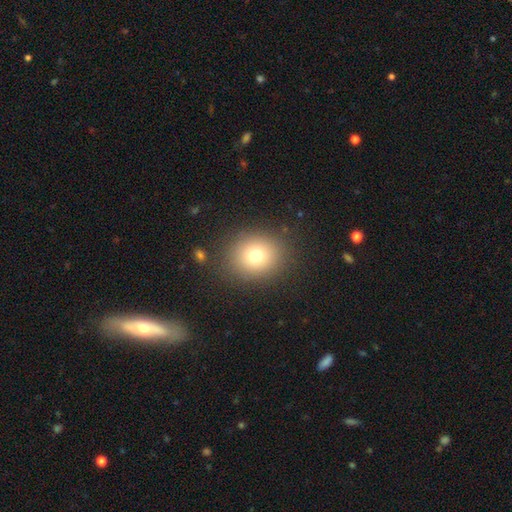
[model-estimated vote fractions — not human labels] Smooth or featured: smooth — 76% (star or artifact — 13%)
How rounded: round — 76% (in between — 23%)
Merging: none — 85% (minor disturbance — 9%)